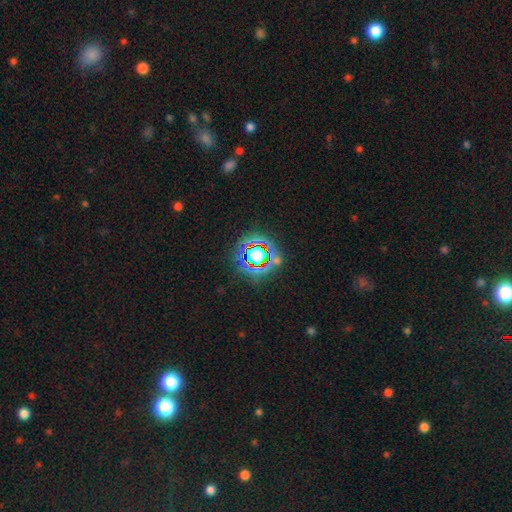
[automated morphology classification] Smooth or featured? Predicted: star or artifact (p=0.76).